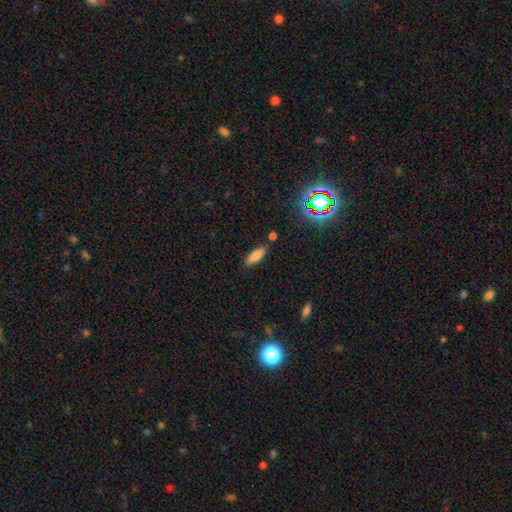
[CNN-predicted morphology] Smooth or featured?
  - smooth: 79% *
  - featured or disk: 11%
  - star or artifact: 10%
How rounded?
  - in between: 64% *
  - cigar-shaped: 34%
  - round: 2%
Merging?
  - none: 83% *
  - minor disturbance: 11%
  - merger: 4%
  - major disturbance: 2%